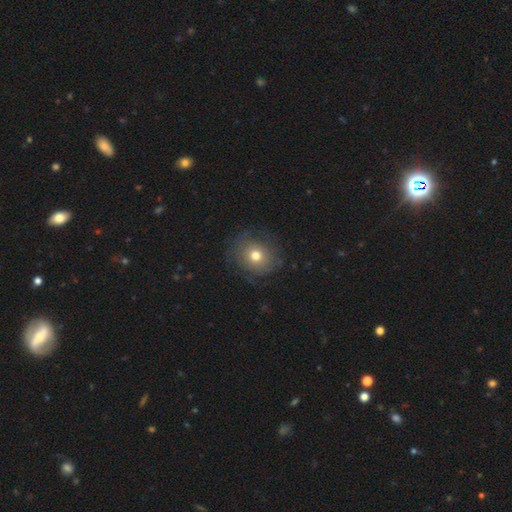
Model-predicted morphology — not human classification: This appears to be a smooth galaxy with no disk features (68%) that is round (77%). Merging: none (76%).